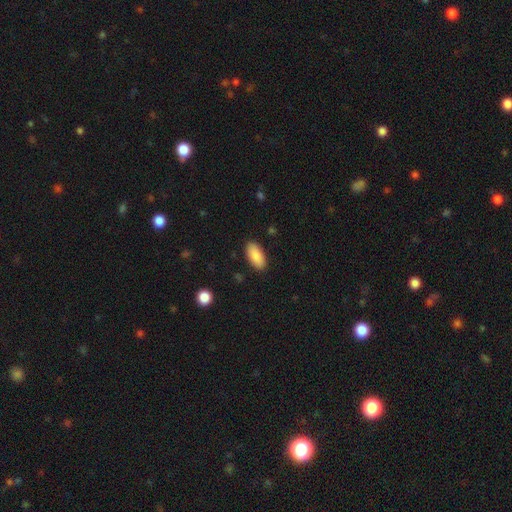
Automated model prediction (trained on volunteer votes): This is clearly a smooth galaxy (88%). How rounded: clearly in between (92%). Merging: clearly none (88%).